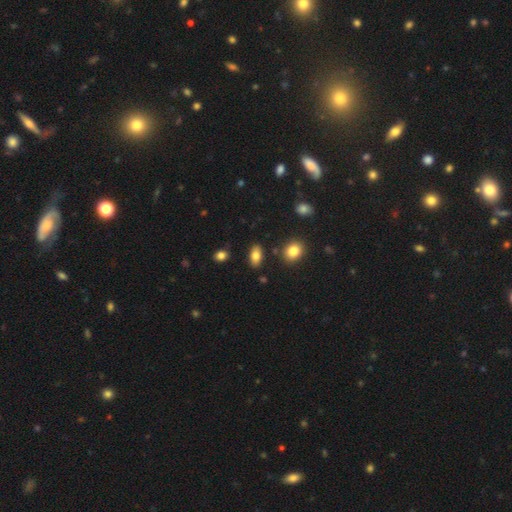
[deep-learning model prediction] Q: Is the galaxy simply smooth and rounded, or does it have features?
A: smooth — 80%.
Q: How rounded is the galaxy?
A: in between — 89%.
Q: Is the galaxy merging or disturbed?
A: none — 86%.